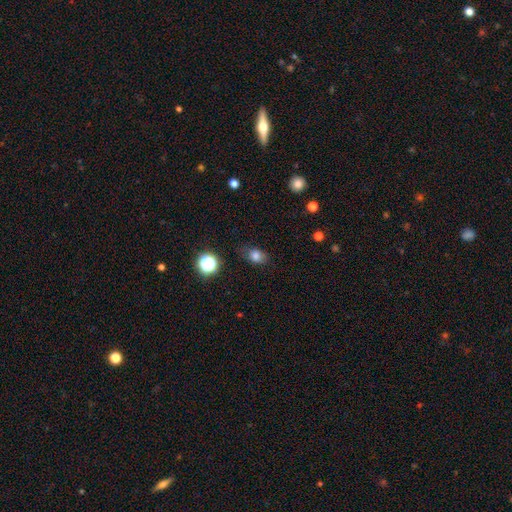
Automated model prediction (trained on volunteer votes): Smooth or featured? smooth (78%)
How rounded? in between (68%)
Merging? none (72%)